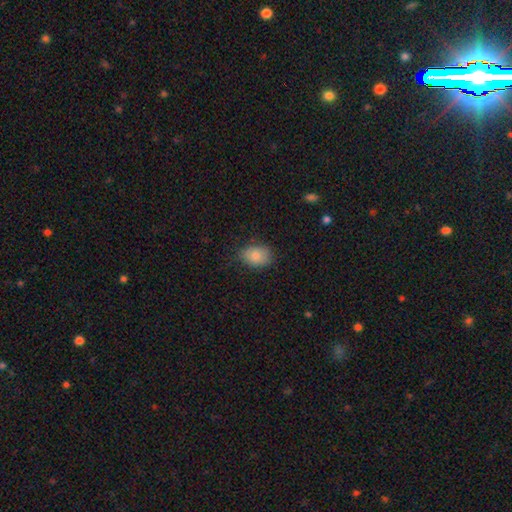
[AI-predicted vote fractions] Morphology: type=smooth (85%); roundness=in between (71%); merging=none (77%).